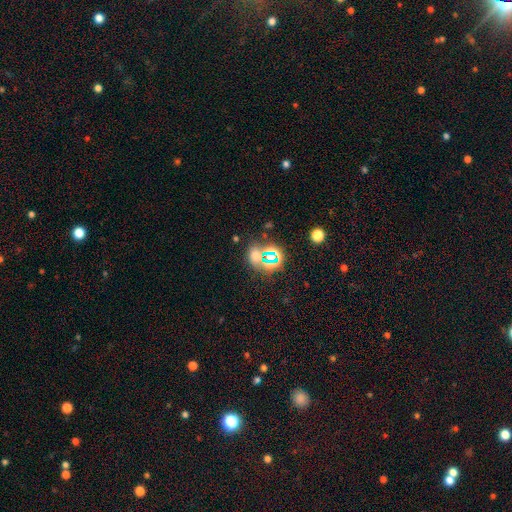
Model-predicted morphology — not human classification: The model was most divided on "smooth or featured": star or artifact: 46%, smooth: 44%, featured or disk: 10%.